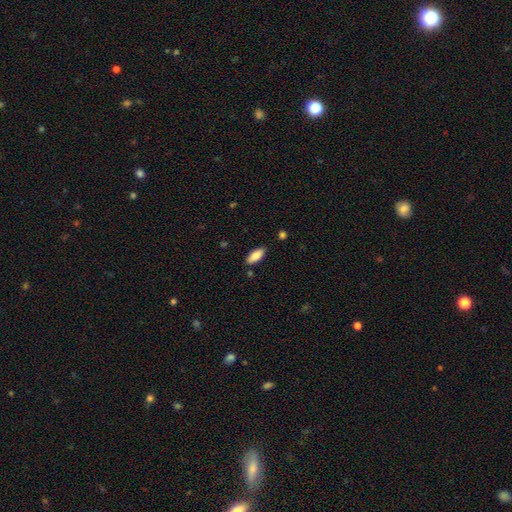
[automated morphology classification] smooth_or_featured: smooth (p=0.84) [alt: featured or disk p=0.09]
how_rounded: in between (p=0.79) [alt: cigar-shaped p=0.19]
merging: none (p=0.85) [alt: minor disturbance p=0.11]